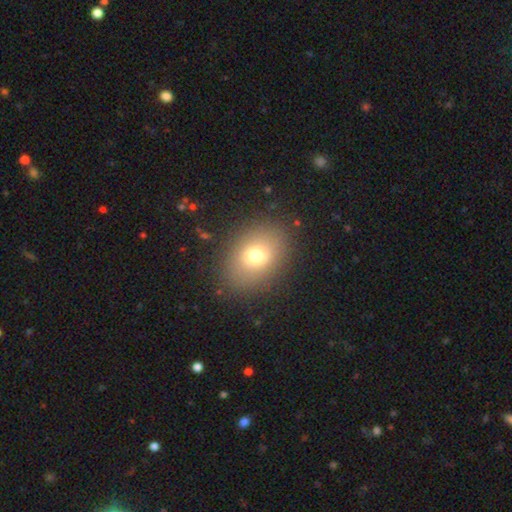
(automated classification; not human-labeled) Q: Smooth or featured?
A: smooth (74%); runner-up: featured or disk (14%)
Q: How rounded?
A: in between (70%); runner-up: round (29%)
Q: Merging?
A: none (85%); runner-up: minor disturbance (9%)